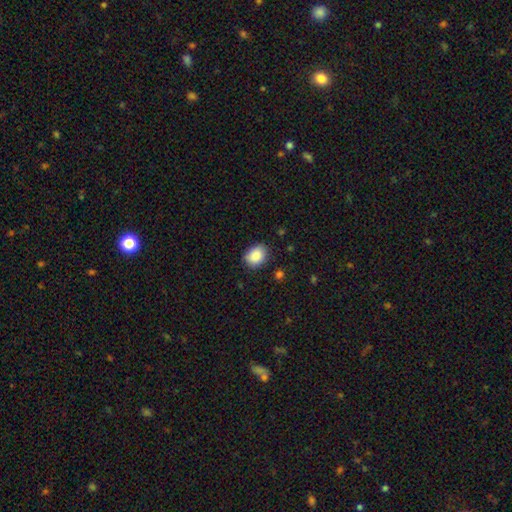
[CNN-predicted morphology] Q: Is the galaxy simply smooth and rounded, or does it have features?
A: smooth — 88%.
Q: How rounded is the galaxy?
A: in between — 60%.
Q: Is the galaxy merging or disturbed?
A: none — 79%.